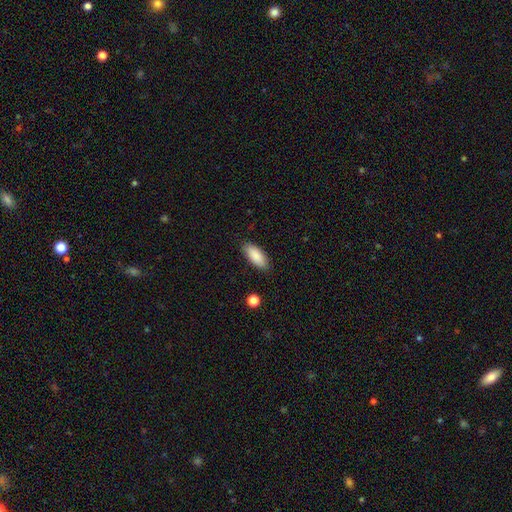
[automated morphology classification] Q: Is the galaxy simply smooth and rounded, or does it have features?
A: smooth — 88%.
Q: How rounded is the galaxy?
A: in between — 83%.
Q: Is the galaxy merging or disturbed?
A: none — 86%.